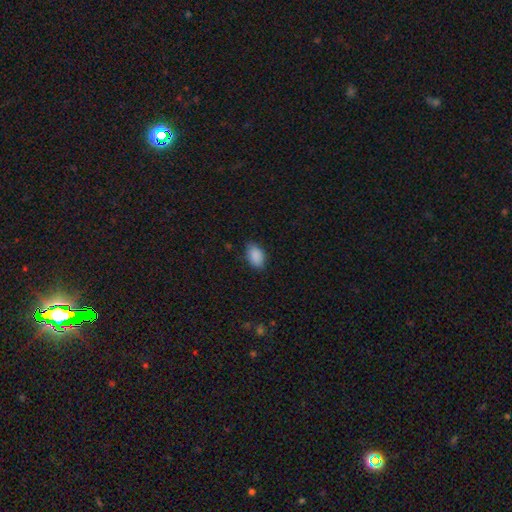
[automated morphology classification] smooth 89%, star or artifact 7%, featured or disk 4%. Down the decision tree: how rounded — in between (89%); merging — none (79%).